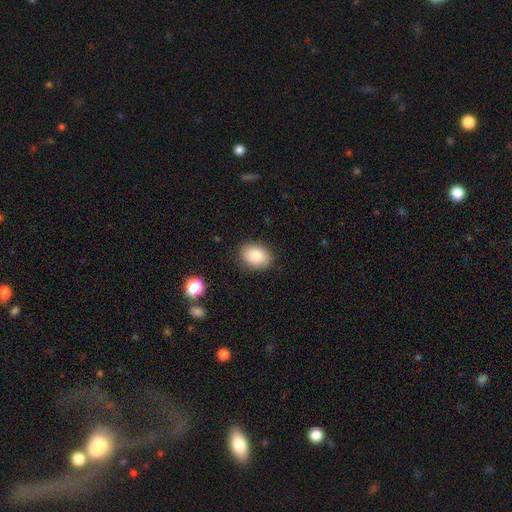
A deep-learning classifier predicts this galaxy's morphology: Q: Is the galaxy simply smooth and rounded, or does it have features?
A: smooth — 85%.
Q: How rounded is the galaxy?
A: in between — 71%.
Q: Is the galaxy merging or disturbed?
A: none — 86%.